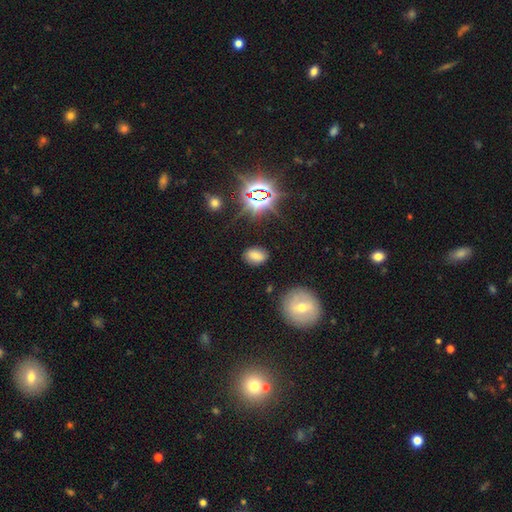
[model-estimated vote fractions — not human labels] Q: Smooth or featured?
A: smooth (68%); runner-up: star or artifact (21%)
Q: How rounded?
A: in between (83%); runner-up: round (16%)
Q: Merging?
A: none (83%); runner-up: minor disturbance (11%)